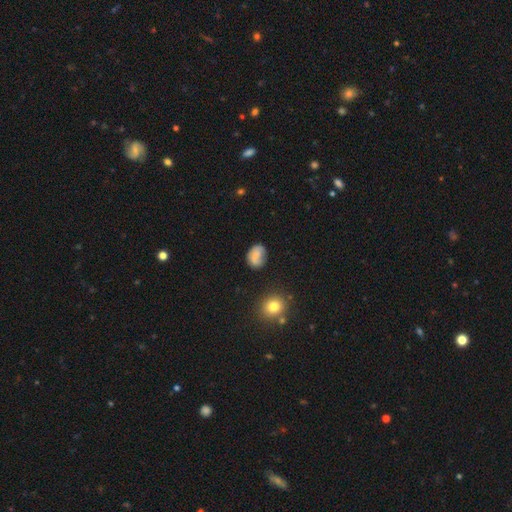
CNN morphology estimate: Smooth or featured? Predicted: smooth (p=0.74). How rounded? Predicted: in between (p=0.65). Merging? Predicted: none (p=0.65).